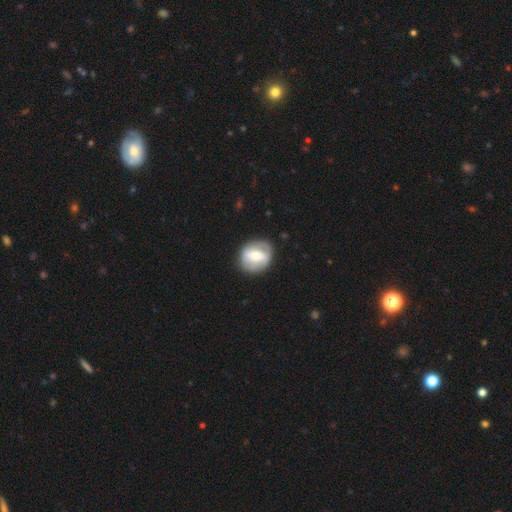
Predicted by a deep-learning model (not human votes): Smooth or featured?
  - featured or disk: 55% *
  - smooth: 38%
  - star or artifact: 6%
Edge-on disk?
  - no: 91% *
  - yes: 9%
Bar?
  - strong: 55% *
  - weak: 29%
  - no: 16%
Spiral arms?
  - no: 66% *
  - yes: 34%
Bulge size?
  - moderate: 61% *
  - small: 29%
  - large: 7%
  - dominant: 1%
  - none: 1%
Merging?
  - none: 83% *
  - minor disturbance: 12%
  - major disturbance: 4%
  - merger: 1%